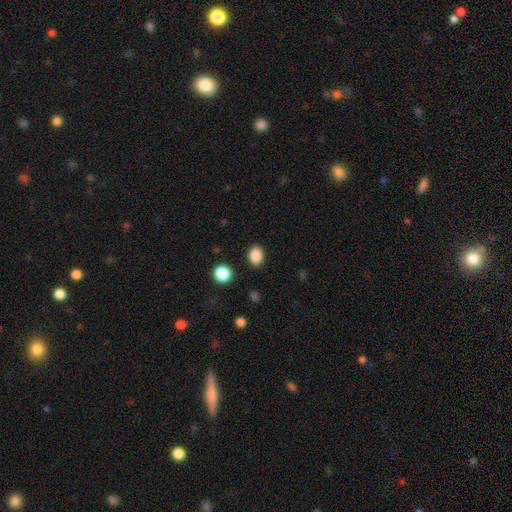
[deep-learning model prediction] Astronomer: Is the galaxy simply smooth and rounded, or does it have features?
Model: smooth — 87%.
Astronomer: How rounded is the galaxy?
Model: in between — 65%.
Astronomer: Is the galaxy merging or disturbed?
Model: none — 88%.